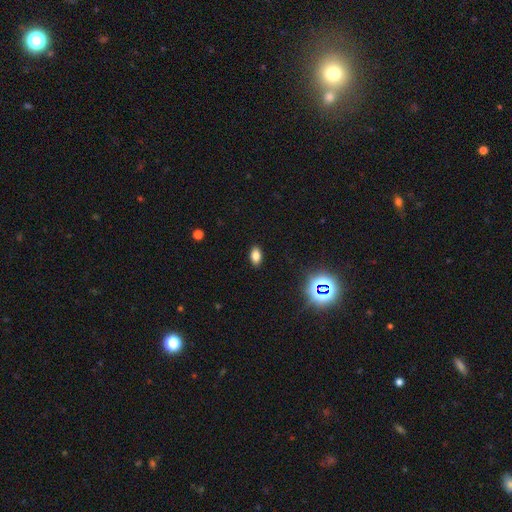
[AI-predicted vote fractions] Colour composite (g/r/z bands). It shows a smooth galaxy with no disk features (80%) that is in between round and cigar-shaped (90%). Merging: none (89%).